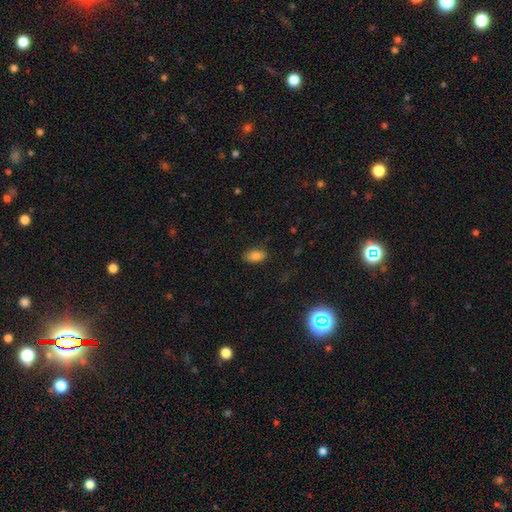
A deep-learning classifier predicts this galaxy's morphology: type=smooth (84%); roundness=in between (91%); merging=none (84%).